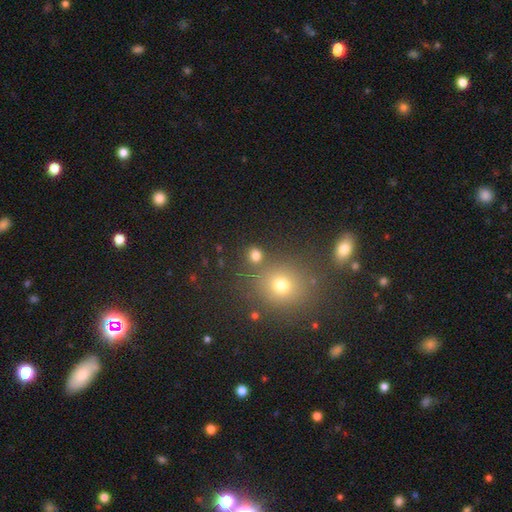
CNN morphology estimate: Overall: smooth (76%). How rounded: round (82%). Merging: none (78%).